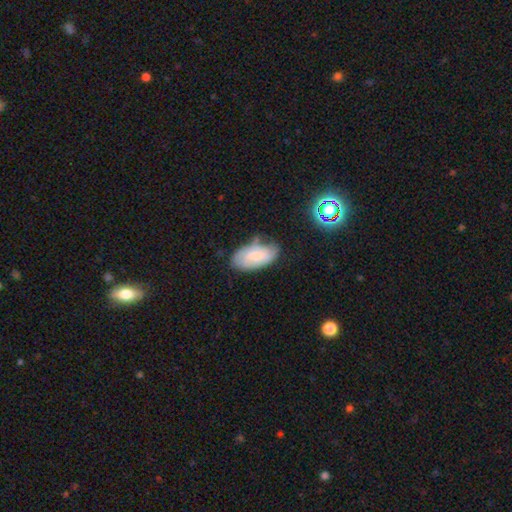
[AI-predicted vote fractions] This is likely a smooth galaxy (60%). How rounded: clearly in between (93%). Merging: possibly none (58%).